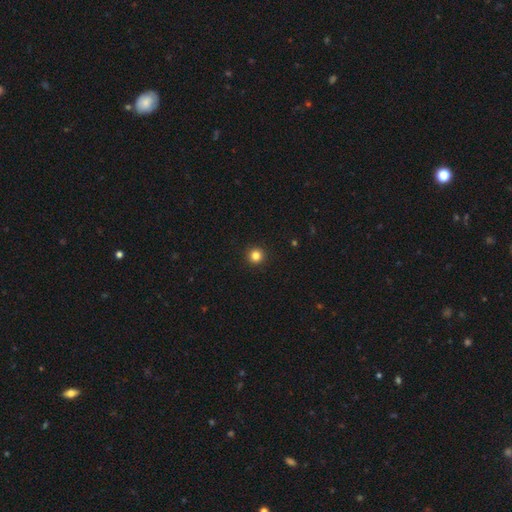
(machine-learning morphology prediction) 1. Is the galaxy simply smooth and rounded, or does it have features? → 84% smooth, 12% star or artifact, 4% featured or disk.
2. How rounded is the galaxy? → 96% round, 3% in between, 1% cigar-shaped.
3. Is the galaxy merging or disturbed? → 94% none, 4% minor disturbance, 1% major disturbance, 1% merger.